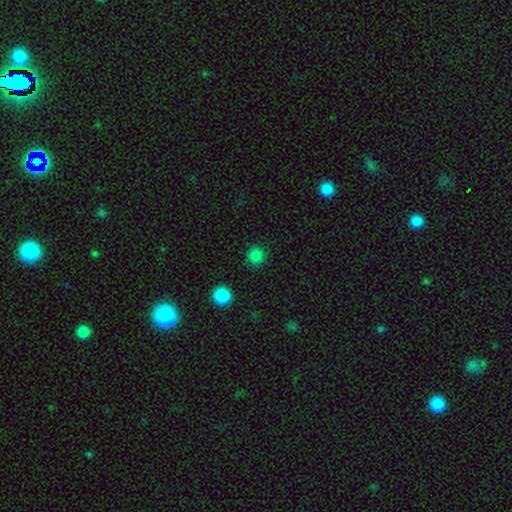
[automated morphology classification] Overall: smooth (85%). How rounded: round (94%). Merging: none (91%).